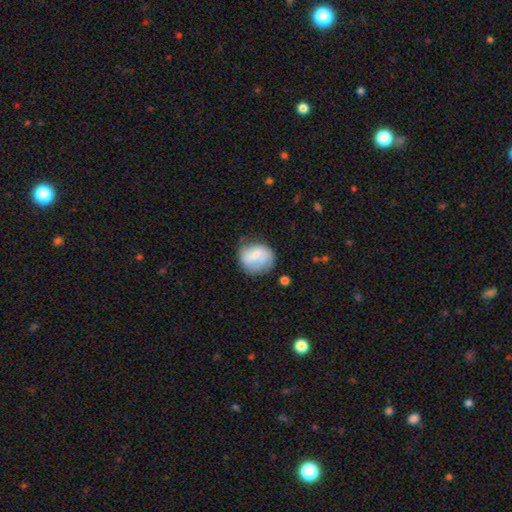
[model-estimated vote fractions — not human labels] Morphology: type=smooth (65%); roundness=round (74%); merging=none (54%).